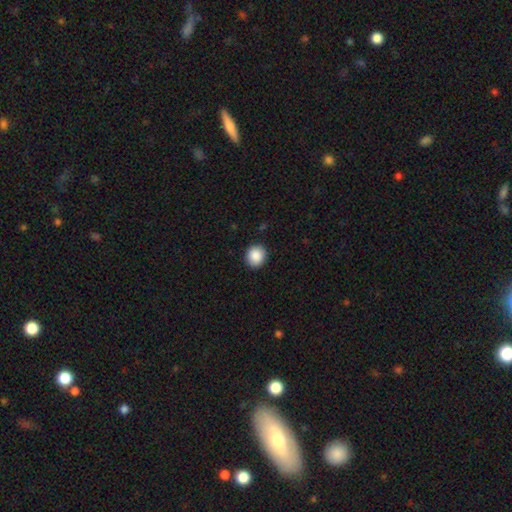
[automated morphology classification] smooth_or_featured: smooth (p=0.88) [alt: star or artifact p=0.08]
how_rounded: round (p=0.85) [alt: in between p=0.14]
merging: none (p=0.90) [alt: minor disturbance p=0.07]